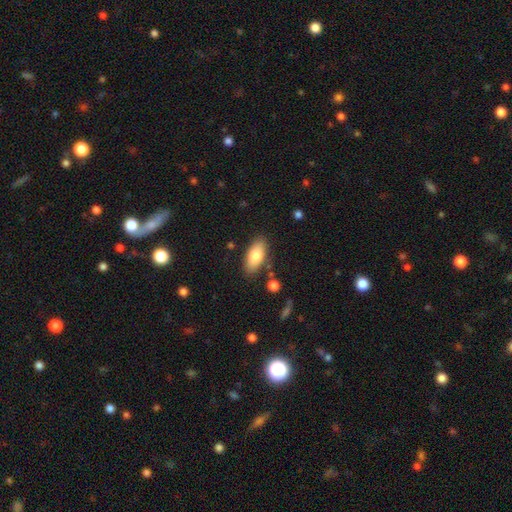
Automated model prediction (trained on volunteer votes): smooth 78%, featured or disk 15%, star or artifact 6%. Down the decision tree: how rounded — in between (88%); merging — none (82%).